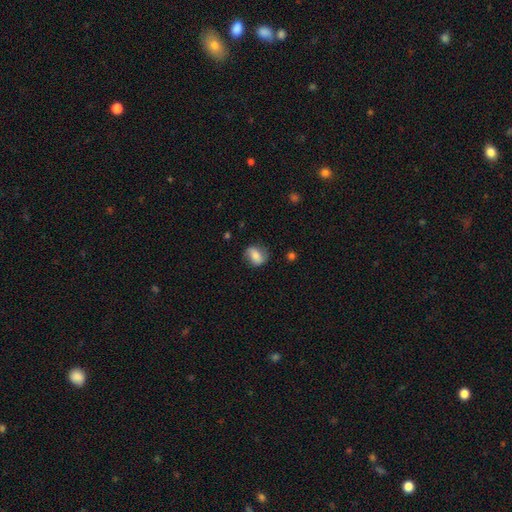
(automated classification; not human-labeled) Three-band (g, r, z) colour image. It shows a smooth galaxy with no disk features (60%) that is in between round and cigar-shaped (58%). Merging: none (75%).